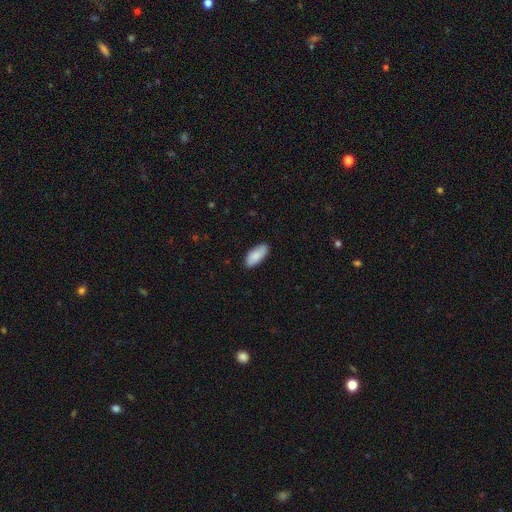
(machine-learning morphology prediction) A smooth galaxy with no disk features (85%) that is in between round and cigar-shaped (87%).

Vote fractions:
- Smooth or featured? smooth: 85% / featured or disk: 9% / star or artifact: 6%
- How rounded? in between: 87% / cigar-shaped: 11% / round: 2%
- Merging? none: 85% / minor disturbance: 12% / major disturbance: 2% / merger: 1%